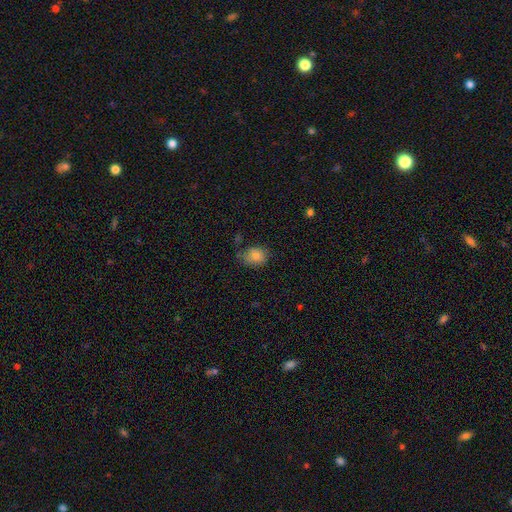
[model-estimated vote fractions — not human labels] A smooth galaxy with no disk features (83%) that is in between round and cigar-shaped (53%).

Vote fractions:
- Smooth or featured? smooth: 83% / star or artifact: 9% / featured or disk: 8%
- How rounded? in between: 53% / round: 46% / cigar-shaped: 1%
- Merging? none: 64% / minor disturbance: 25% / major disturbance: 6% / merger: 4%